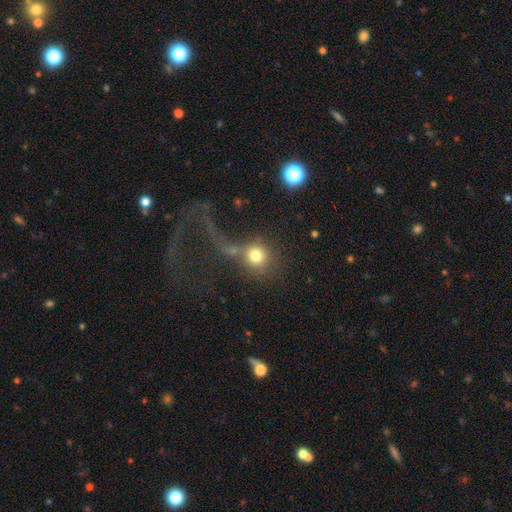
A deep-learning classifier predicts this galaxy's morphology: Smooth or featured: smooth — 74% (featured or disk — 14%)
How rounded: round — 89% (in between — 9%)
Merging: none — 34% (major disturbance — 31%)